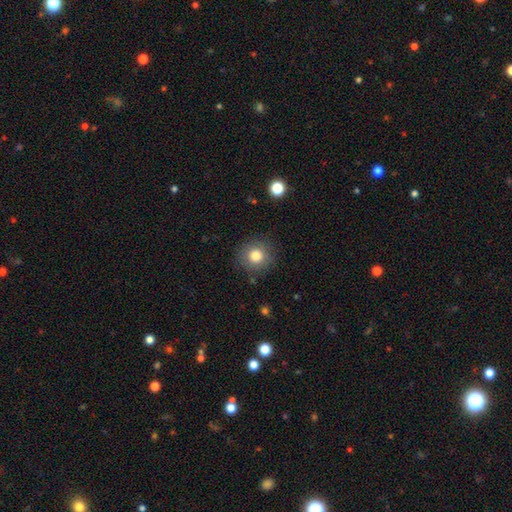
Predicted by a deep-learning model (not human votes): Overall: smooth (82%). How rounded: round (92%). Merging: none (86%).